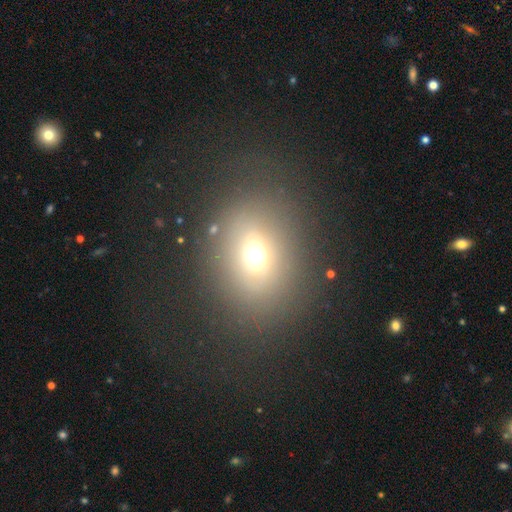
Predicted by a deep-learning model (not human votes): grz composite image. It shows a smooth galaxy with no disk features (64%) that is round (53%). Merging: none (78%).